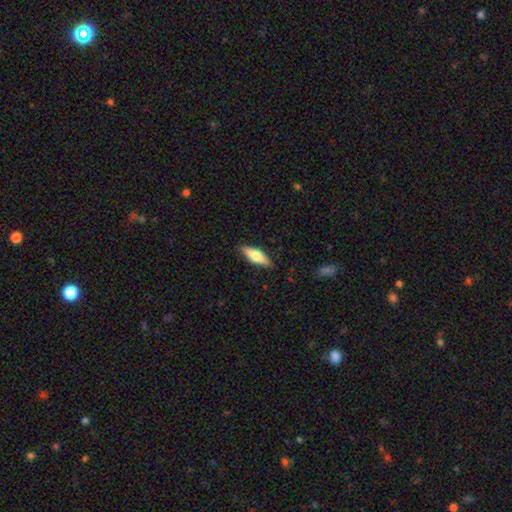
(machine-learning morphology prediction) Smooth or featured? smooth (58%)
How rounded? cigar-shaped (50%)
Merging? none (87%)